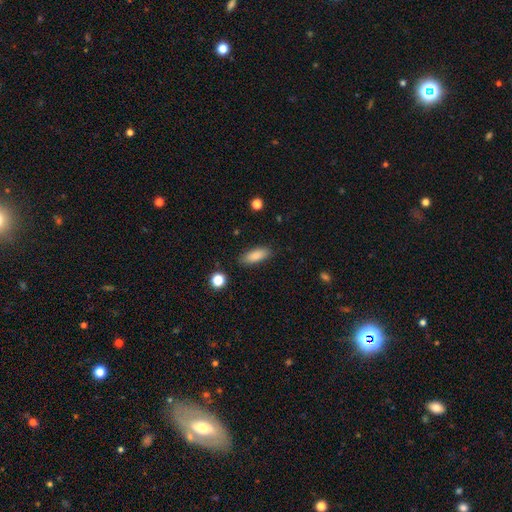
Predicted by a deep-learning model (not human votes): A smooth galaxy with no disk features (86%) that is in between round and cigar-shaped (73%). Merging: none (86%).